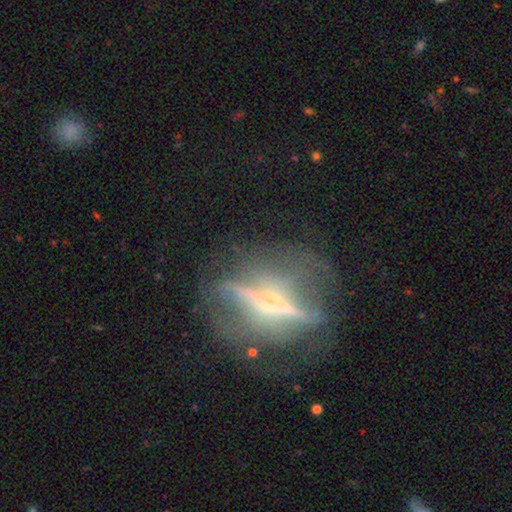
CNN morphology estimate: type=featured or disk (75%); edge-on=yes (71%); edge-on bulge=rounded (84%); merging=none (67%).